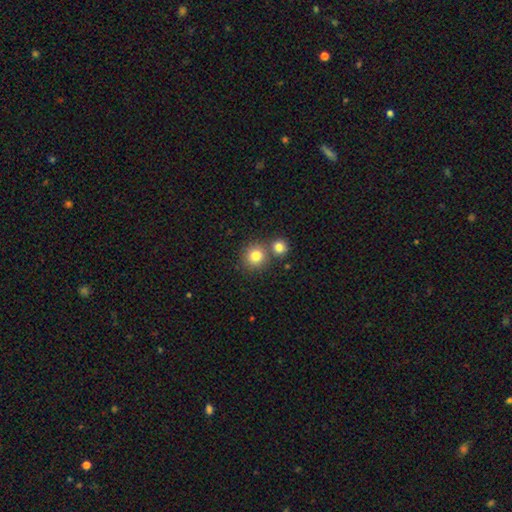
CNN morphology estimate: Smooth or featured?
  - smooth: 81% *
  - star or artifact: 11%
  - featured or disk: 8%
How rounded?
  - round: 90% *
  - in between: 9%
  - cigar-shaped: 1%
Merging?
  - none: 65% *
  - merger: 25%
  - minor disturbance: 8%
  - major disturbance: 3%